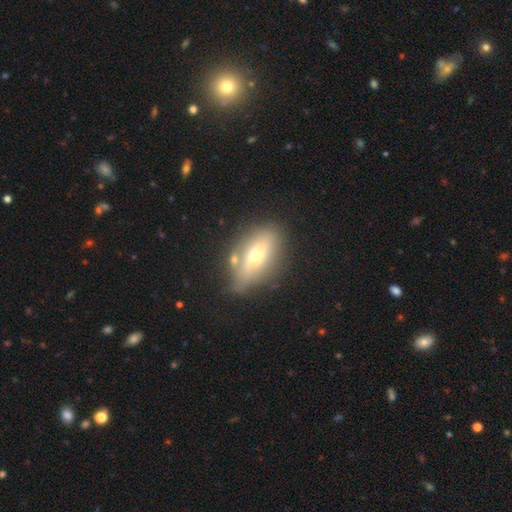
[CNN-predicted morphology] Smooth or featured?
  - featured or disk: 50% *
  - smooth: 41%
  - star or artifact: 8%
Edge-on disk?
  - yes: 61% *
  - no: 39%
Merging?
  - none: 67% *
  - minor disturbance: 19%
  - merger: 7%
  - major disturbance: 6%